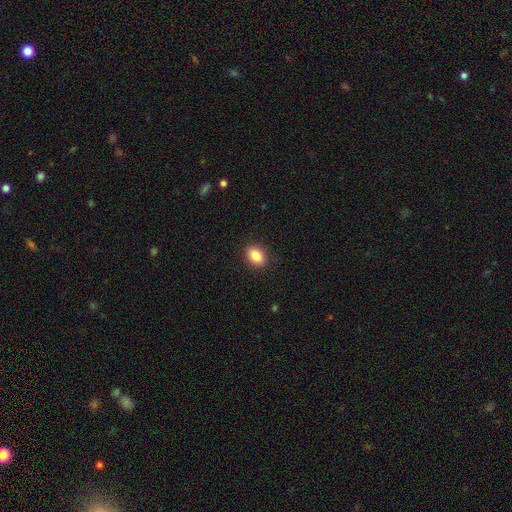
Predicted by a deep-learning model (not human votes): Smooth or featured? Predicted: smooth (p=0.88). How rounded? Predicted: in between (p=0.76). Merging? Predicted: none (p=0.89).